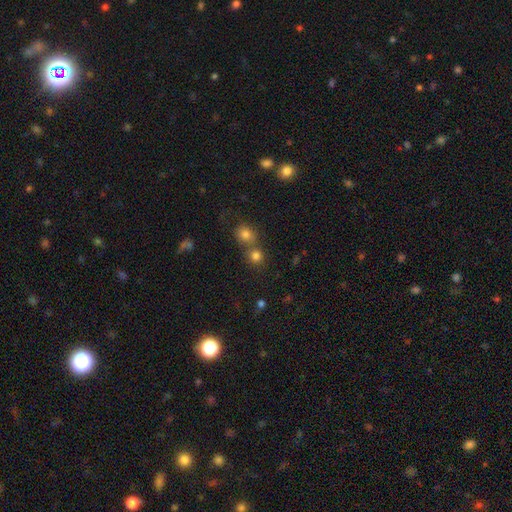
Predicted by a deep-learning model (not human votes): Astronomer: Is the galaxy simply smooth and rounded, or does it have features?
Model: smooth — 78%.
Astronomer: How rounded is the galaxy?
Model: round — 87%.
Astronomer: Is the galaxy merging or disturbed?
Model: none — 53% (runner-up: merger, 38%).